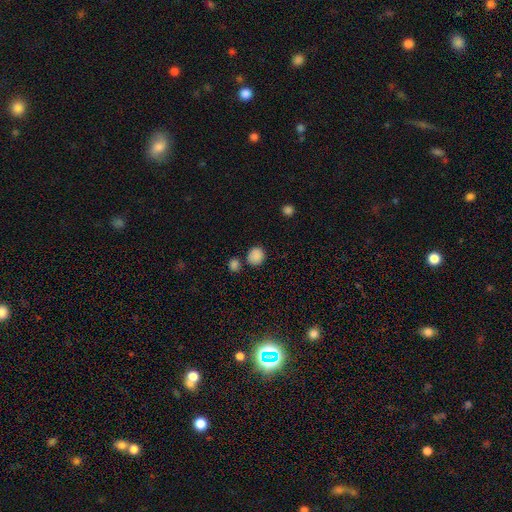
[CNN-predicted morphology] Smooth or featured? Predicted: smooth (p=0.86). How rounded? Predicted: round (p=0.83). Merging? Predicted: none (p=0.73).